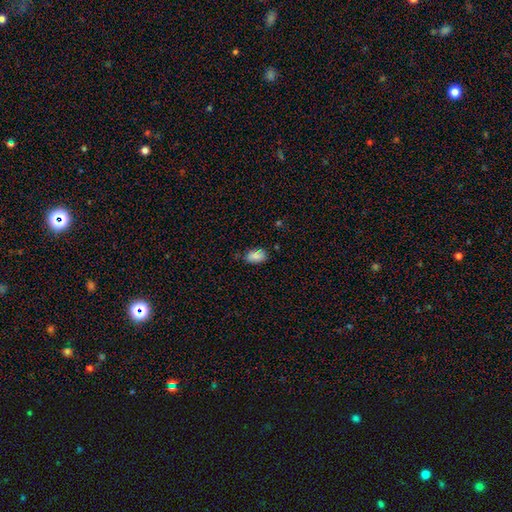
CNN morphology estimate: A smooth galaxy with no disk features (85%) that is in between round and cigar-shaped (91%). Merging: none (70%).